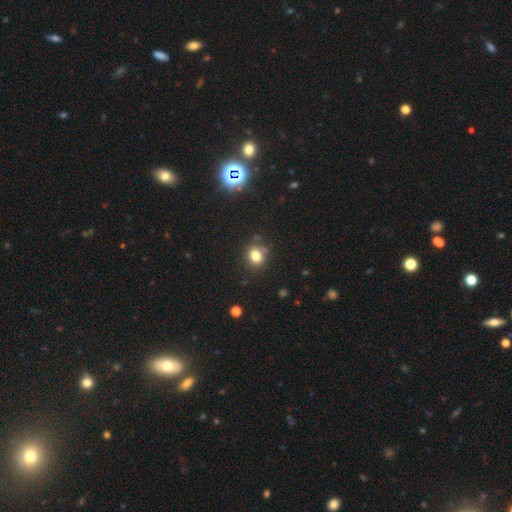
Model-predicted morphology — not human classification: smooth_or_featured: smooth (p=0.77) [alt: star or artifact p=0.15]
how_rounded: round (p=0.69) [alt: in between p=0.30]
merging: none (p=0.78) [alt: minor disturbance p=0.13]